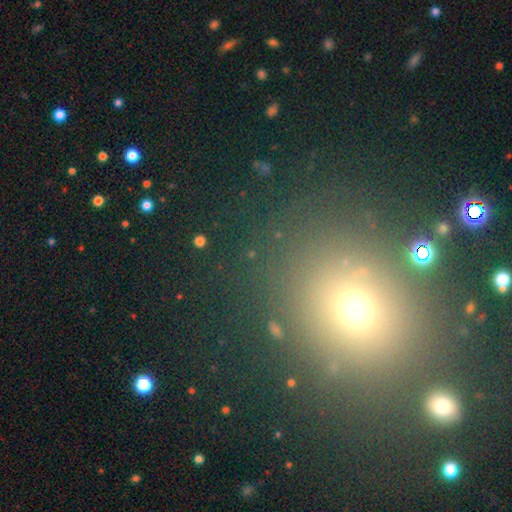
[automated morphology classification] Smooth or featured?
  - smooth: 53% *
  - star or artifact: 38%
  - featured or disk: 9%
How rounded?
  - round: 71% *
  - in between: 28%
  - cigar-shaped: 2%
Merging?
  - none: 81% *
  - minor disturbance: 9%
  - major disturbance: 5%
  - merger: 5%